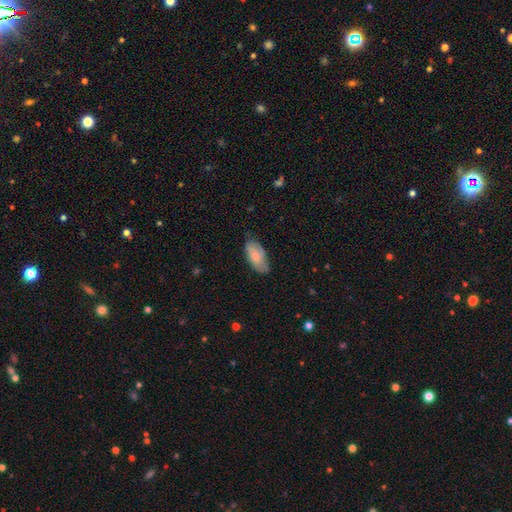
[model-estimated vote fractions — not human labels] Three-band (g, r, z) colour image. It shows a smooth galaxy with no disk features (70%) that is in between round and cigar-shaped (92%). Merging: none (66%).